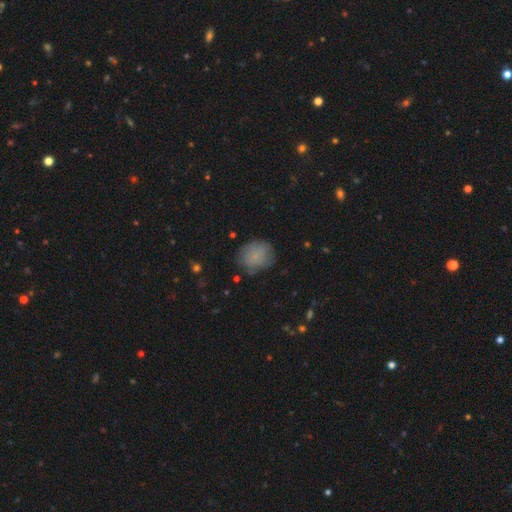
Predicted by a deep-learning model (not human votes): A smooth galaxy with no disk features (78%) that is round (69%).

Vote fractions:
- Smooth or featured? smooth: 78% / featured or disk: 12% / star or artifact: 10%
- How rounded? round: 69% / in between: 30% / cigar-shaped: 1%
- Merging? none: 70% / minor disturbance: 21% / major disturbance: 7% / merger: 2%